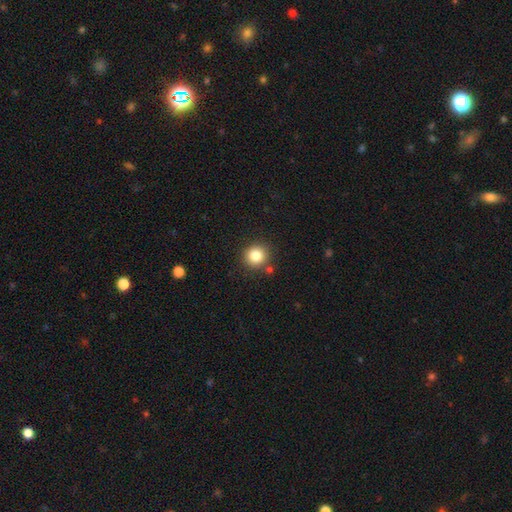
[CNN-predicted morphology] type=smooth (83%); roundness=round (91%); merging=none (85%).